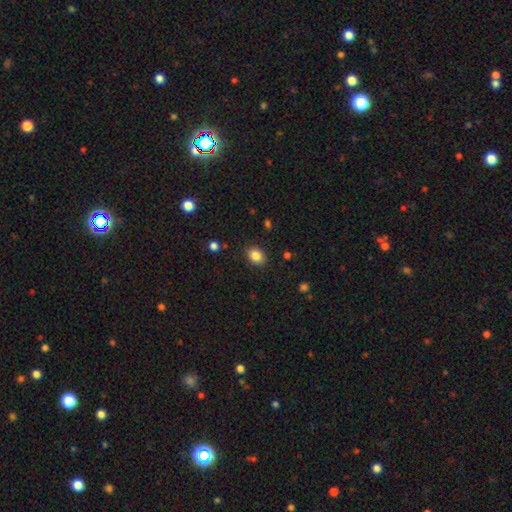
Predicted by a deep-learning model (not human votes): Smooth or featured? smooth (85%)
How rounded? in between (61%)
Merging? none (87%)